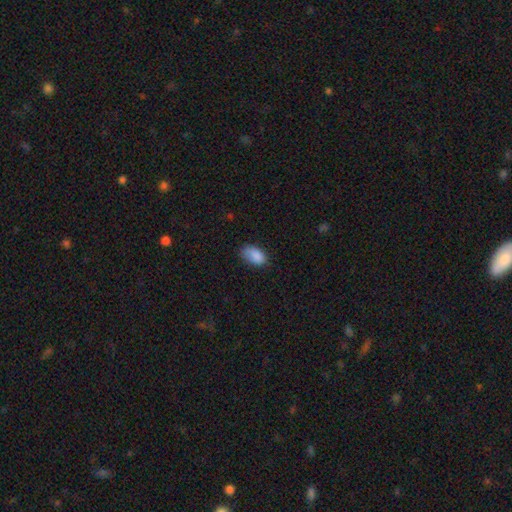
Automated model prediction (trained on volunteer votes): smooth_or_featured: smooth (p=0.87) [alt: star or artifact p=0.08]
how_rounded: in between (p=0.92) [alt: round p=0.07]
merging: none (p=0.62) [alt: minor disturbance p=0.29]